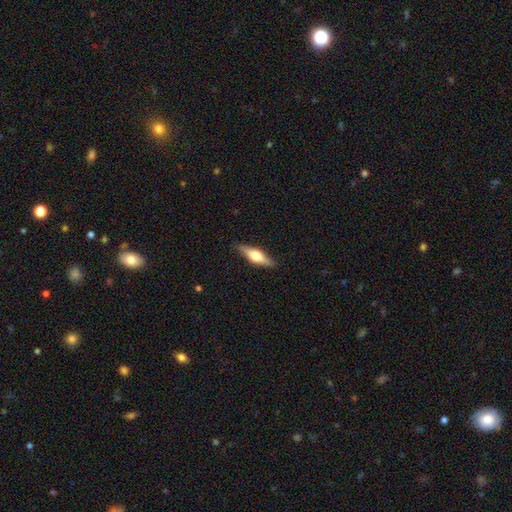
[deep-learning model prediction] A featured or disk galaxy (58%) viewed edge-on (95%) with a rounded central bulge (93%). Merging: none (88%).